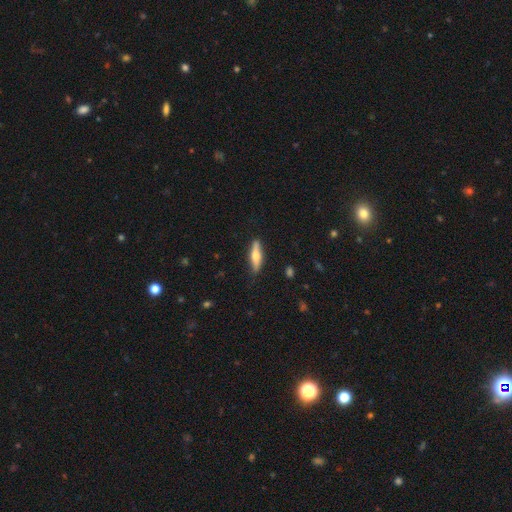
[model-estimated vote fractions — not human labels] This appears to be a smooth galaxy with no disk features (48%). Merging: none (85%).